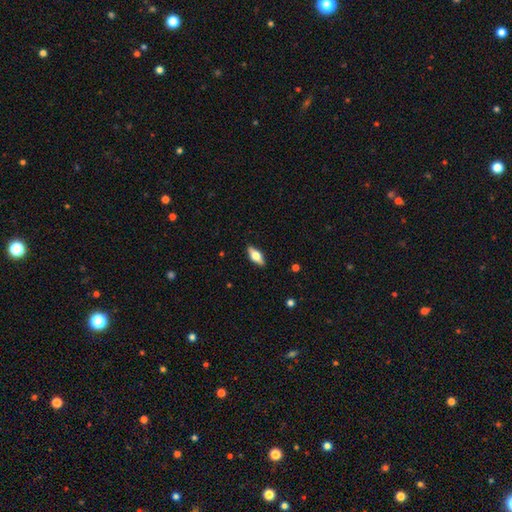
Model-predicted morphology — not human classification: This appears to be a smooth galaxy with no disk features (47%). Merging: none (89%).